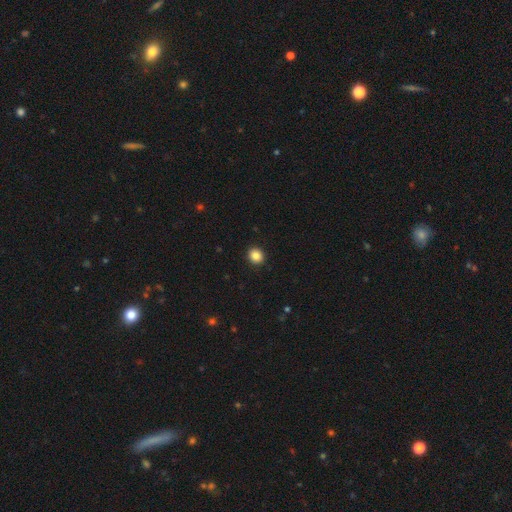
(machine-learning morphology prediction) type=smooth (86%); roundness=round (79%); merging=none (93%).